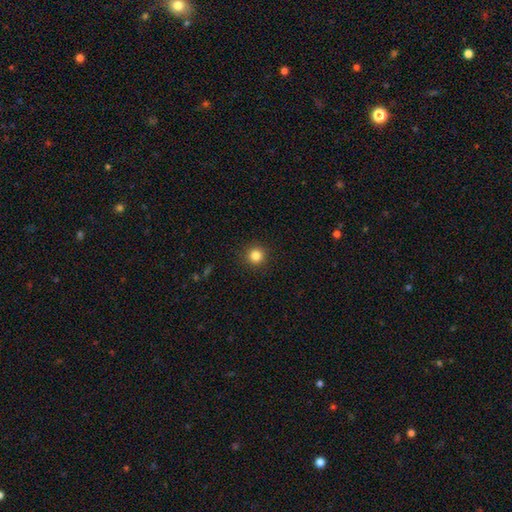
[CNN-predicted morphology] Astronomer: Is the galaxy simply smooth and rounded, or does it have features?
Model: smooth — 84%.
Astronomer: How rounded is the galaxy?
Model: round — 95%.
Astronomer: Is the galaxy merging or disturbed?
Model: none — 92%.